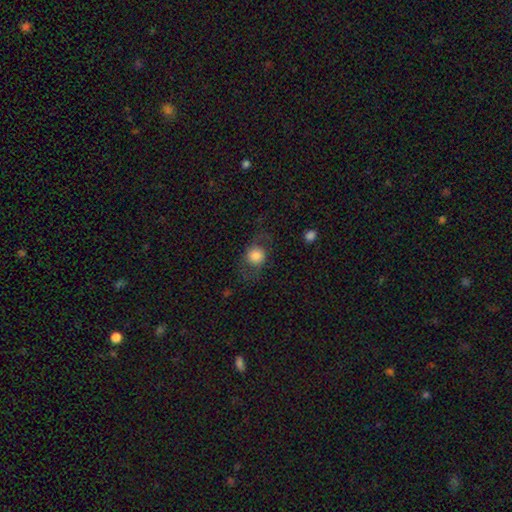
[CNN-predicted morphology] This appears to be a smooth galaxy with no disk features (69%) that is round (74%). Merging: none (65%).